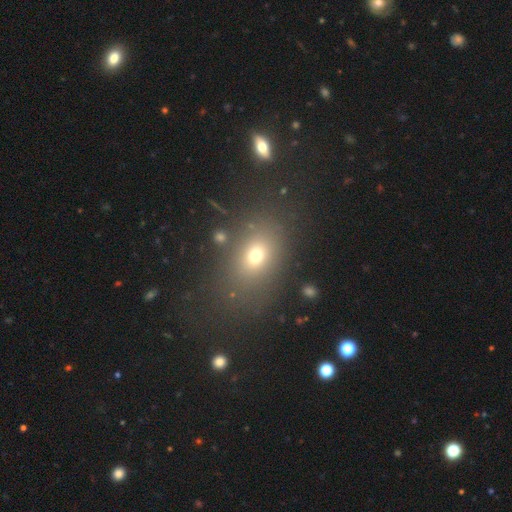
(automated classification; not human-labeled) Overall: smooth (68%). How rounded: in between (64%; round 34%). Merging: none (77%).